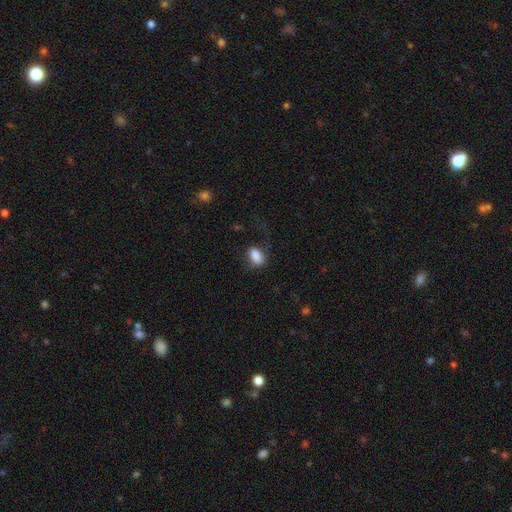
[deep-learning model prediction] Morphology: type=smooth (82%); roundness=in between (89%); merging=none (50%).